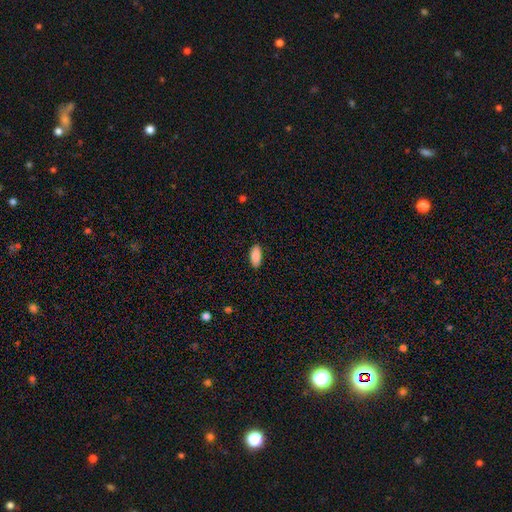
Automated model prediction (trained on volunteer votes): Smooth or featured? Predicted: smooth (p=0.90). How rounded? Predicted: in between (p=0.89). Merging? Predicted: none (p=0.88).